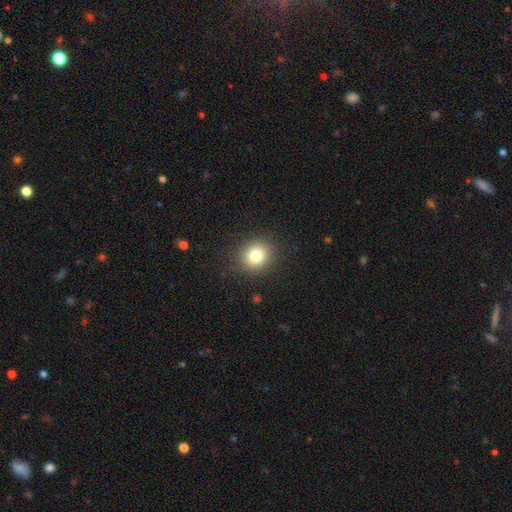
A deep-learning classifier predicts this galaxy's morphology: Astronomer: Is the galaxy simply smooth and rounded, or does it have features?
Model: smooth — 80%.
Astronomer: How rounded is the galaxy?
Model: round — 82%.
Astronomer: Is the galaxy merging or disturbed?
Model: none — 89%.